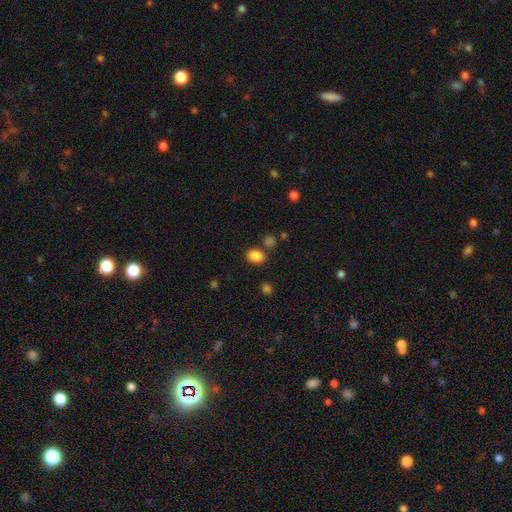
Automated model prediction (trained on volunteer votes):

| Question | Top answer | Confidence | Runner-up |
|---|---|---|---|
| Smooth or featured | smooth | 86% | star or artifact (10%) |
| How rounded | in between | 63% | round (36%) |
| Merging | none | 76% | minor disturbance (11%) |